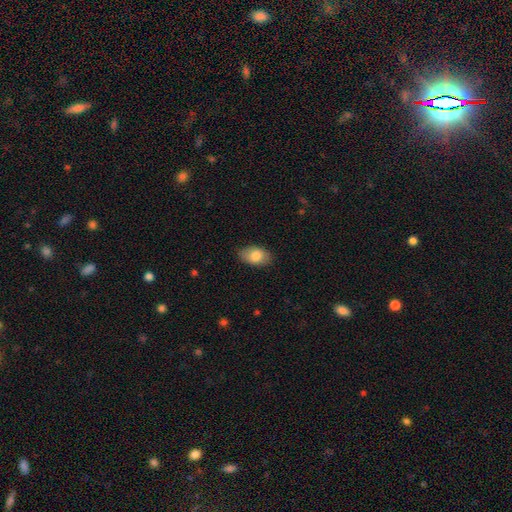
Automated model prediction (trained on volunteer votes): Smooth or featured? Predicted: smooth (p=0.81). How rounded? Predicted: in between (p=0.91). Merging? Predicted: none (p=0.84).